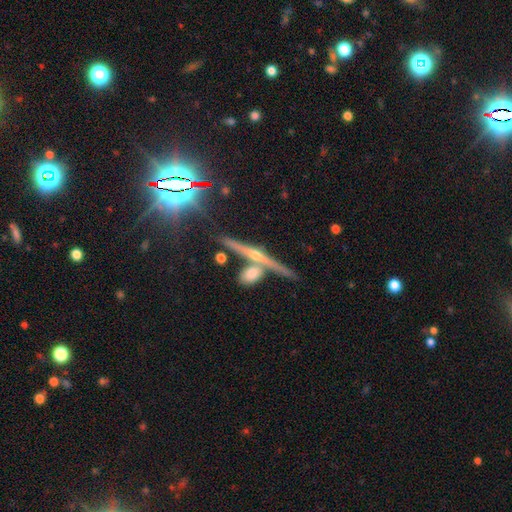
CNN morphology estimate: This is likely a featured or disk galaxy (60%). It is clearly viewed edge-on (91%). Edge-on bulge: clearly rounded (81%). Merging: likely none (63%).